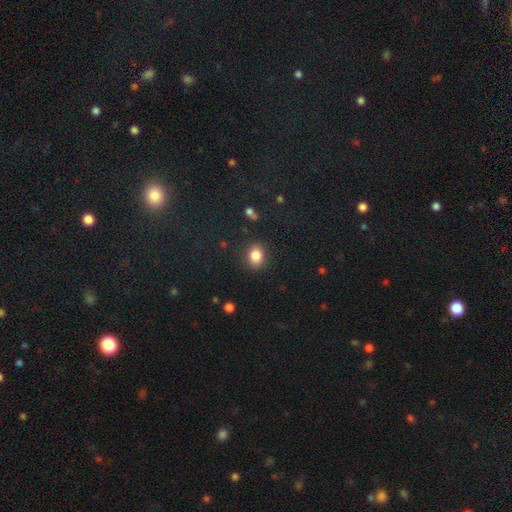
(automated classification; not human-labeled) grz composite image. It shows a smooth galaxy with no disk features (84%) that is in between round and cigar-shaped (54%). Merging: none (85%).